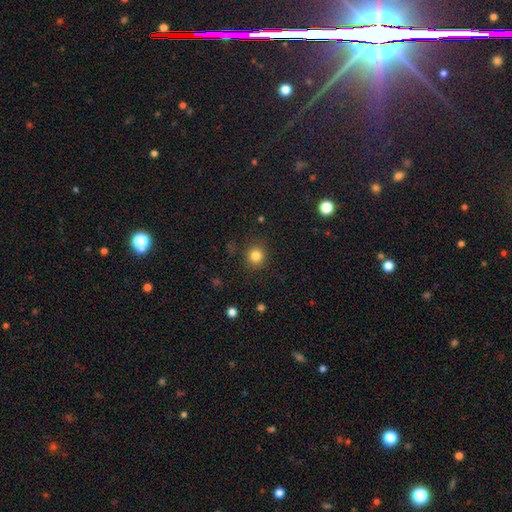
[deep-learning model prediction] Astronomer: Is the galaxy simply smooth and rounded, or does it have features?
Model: smooth — 82%.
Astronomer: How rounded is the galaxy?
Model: round — 90%.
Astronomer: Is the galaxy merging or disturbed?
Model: none — 89%.